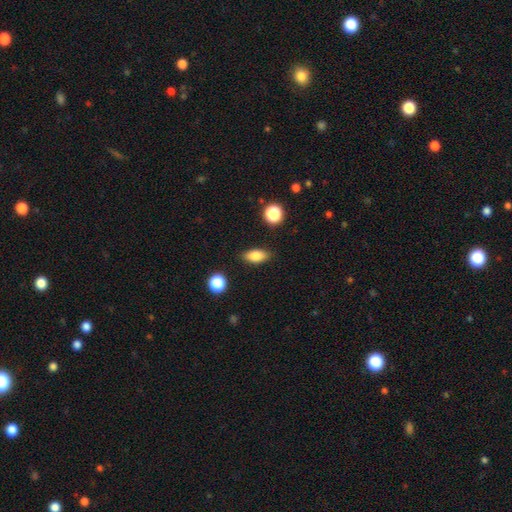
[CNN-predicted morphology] The model was most divided on "smooth or featured": smooth: 81%, featured or disk: 10%, star or artifact: 9%. More confident: merging — none (85%); how rounded — in between (84%).